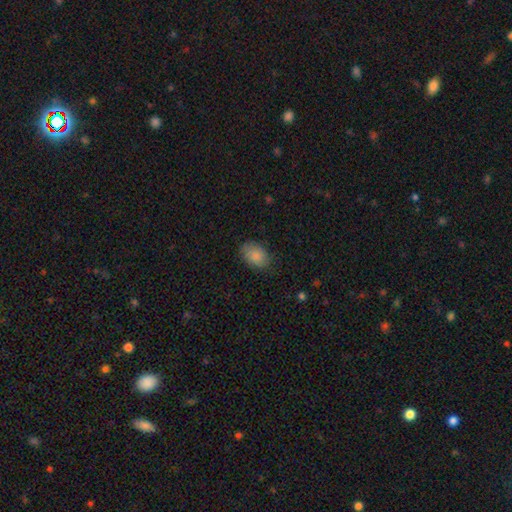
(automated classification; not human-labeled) This is clearly a smooth galaxy (86%). How rounded: clearly in between (84%). Merging: likely none (78%).